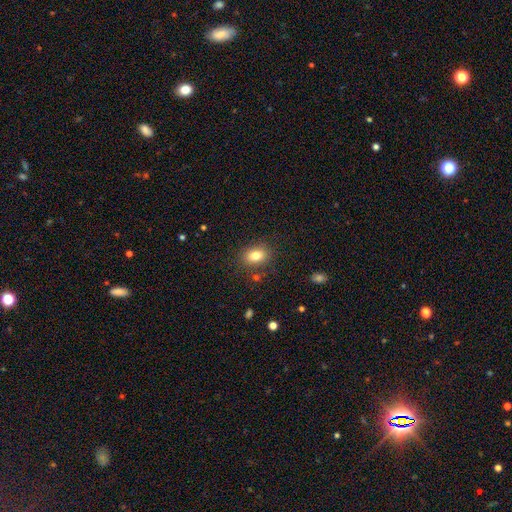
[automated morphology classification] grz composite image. It shows a smooth galaxy with no disk features (81%) that is in between round and cigar-shaped (73%). Merging: none (83%).